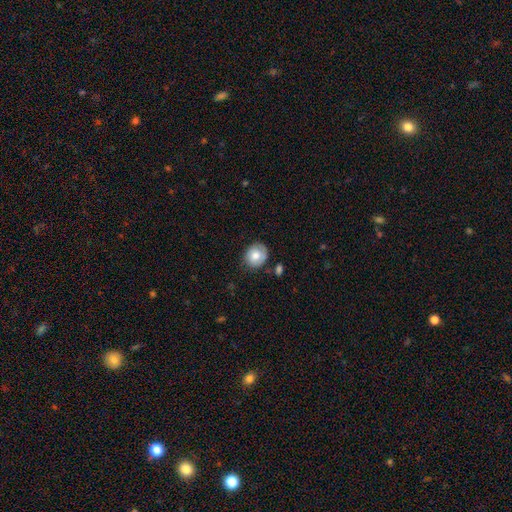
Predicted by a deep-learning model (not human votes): Morphology: type=smooth (66%); roundness=round (71%); merging=none (71%).